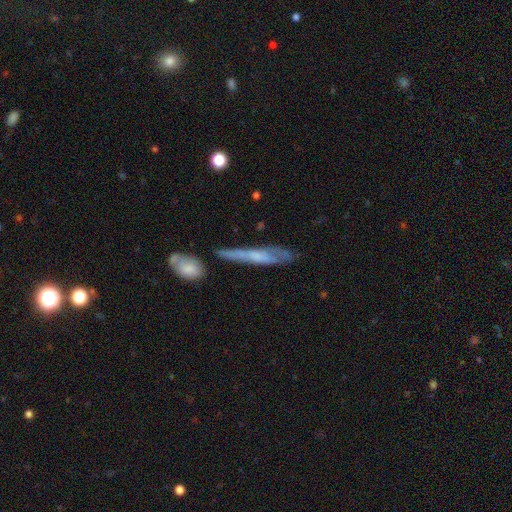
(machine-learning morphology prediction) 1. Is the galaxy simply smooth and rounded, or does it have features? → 51% featured or disk, 41% smooth, 7% star or artifact.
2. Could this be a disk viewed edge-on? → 69% yes, 31% no.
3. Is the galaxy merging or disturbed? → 61% none, 23% minor disturbance, 9% major disturbance, 7% merger.